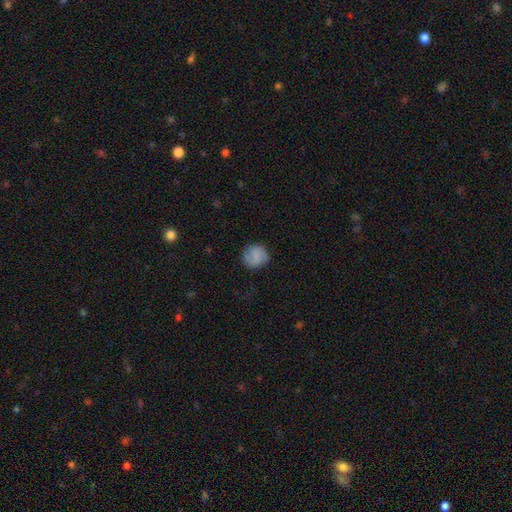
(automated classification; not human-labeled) A smooth galaxy with no disk features (67%) that is round (85%).

Vote fractions:
- Smooth or featured? smooth: 67% / featured or disk: 24% / star or artifact: 9%
- How rounded? round: 85% / in between: 13% / cigar-shaped: 1%
- Merging? none: 81% / minor disturbance: 13% / major disturbance: 5% / merger: 1%